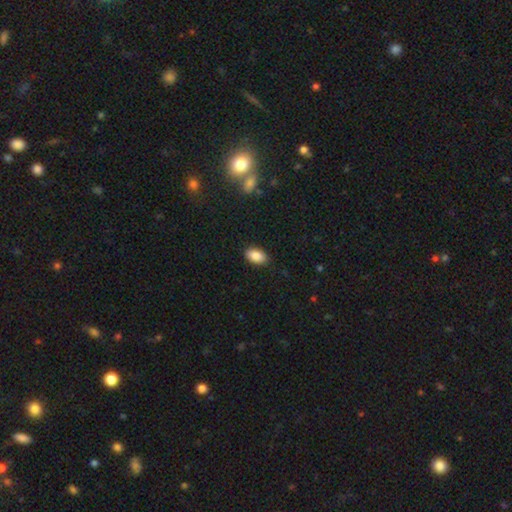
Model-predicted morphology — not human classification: A smooth galaxy with no disk features (88%) that is in between round and cigar-shaped (93%).

Vote fractions:
- Smooth or featured? smooth: 88% / star or artifact: 8% / featured or disk: 4%
- How rounded? in between: 93% / round: 6% / cigar-shaped: 2%
- Merging? none: 89% / minor disturbance: 8% / major disturbance: 2% / merger: 1%